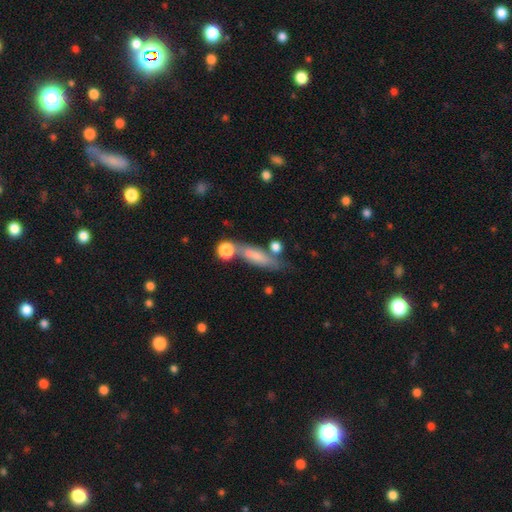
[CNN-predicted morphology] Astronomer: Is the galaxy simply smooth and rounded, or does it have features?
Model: smooth — 63%.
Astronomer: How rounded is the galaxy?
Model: cigar-shaped — 64%.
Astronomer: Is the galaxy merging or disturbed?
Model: none — 55%.